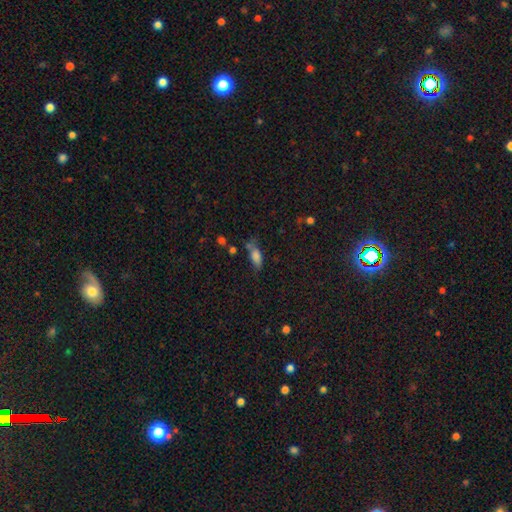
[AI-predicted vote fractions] This appears to be a smooth galaxy with no disk features (78%) that is in between round and cigar-shaped (78%). Merging: none (48%).